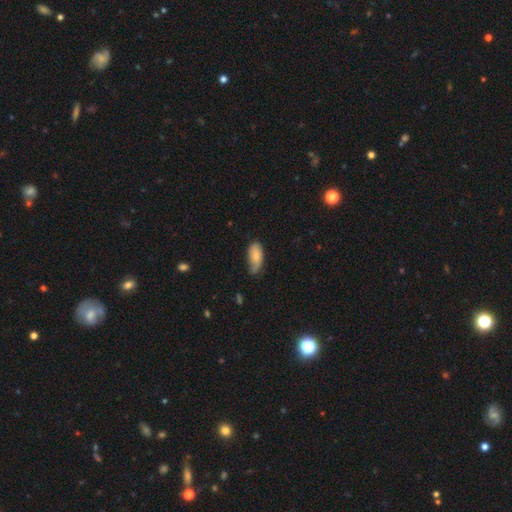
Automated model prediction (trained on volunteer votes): Smooth or featured? Predicted: smooth (p=0.71). How rounded? Predicted: in between (p=0.88). Merging? Predicted: none (p=0.51).